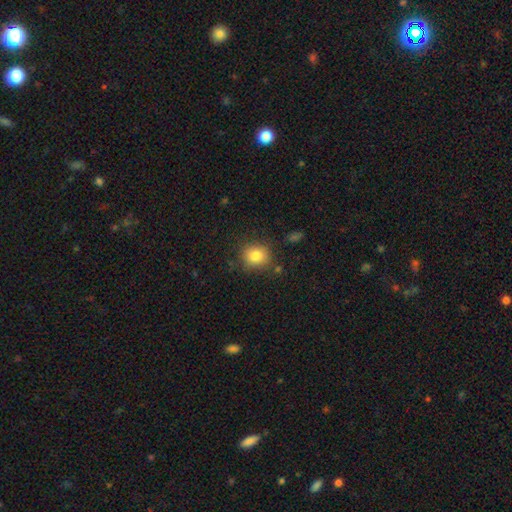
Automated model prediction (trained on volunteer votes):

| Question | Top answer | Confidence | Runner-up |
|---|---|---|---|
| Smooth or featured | smooth | 83% | star or artifact (10%) |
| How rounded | round | 75% | in between (24%) |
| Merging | none | 81% | minor disturbance (12%) |